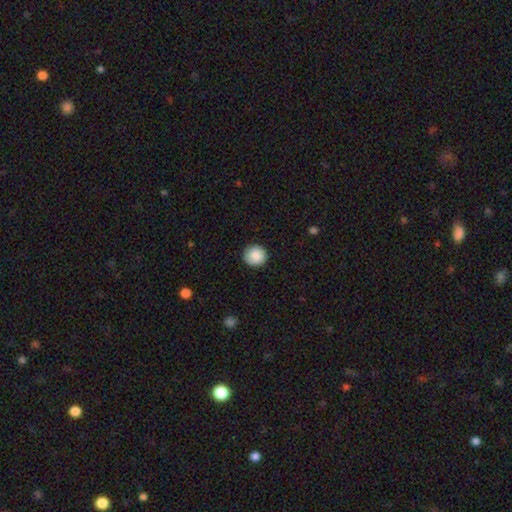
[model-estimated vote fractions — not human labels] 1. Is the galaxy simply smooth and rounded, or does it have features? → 87% smooth, 8% star or artifact, 5% featured or disk.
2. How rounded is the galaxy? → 89% round, 10% in between, 1% cigar-shaped.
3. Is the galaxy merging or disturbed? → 87% none, 10% minor disturbance, 2% major disturbance, 1% merger.